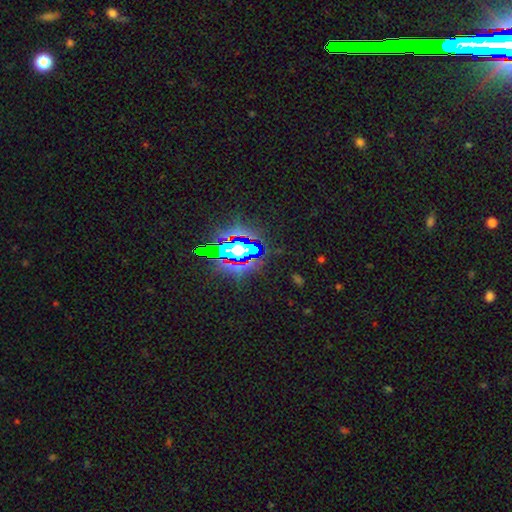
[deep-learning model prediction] This appears to be a star or artifact, not a galaxy (76%).